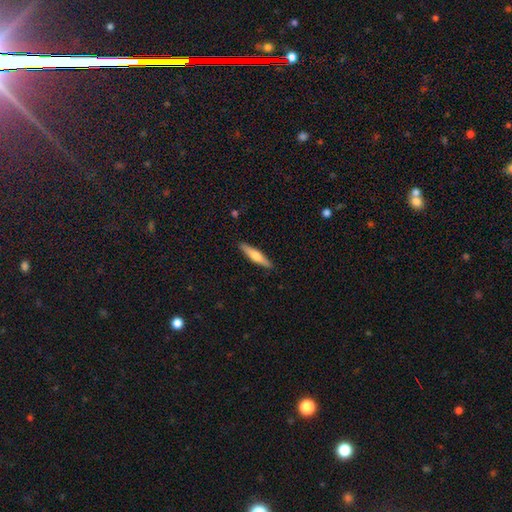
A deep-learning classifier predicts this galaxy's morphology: Smooth or featured? smooth (52%)
How rounded? cigar-shaped (85%)
Merging? none (90%)